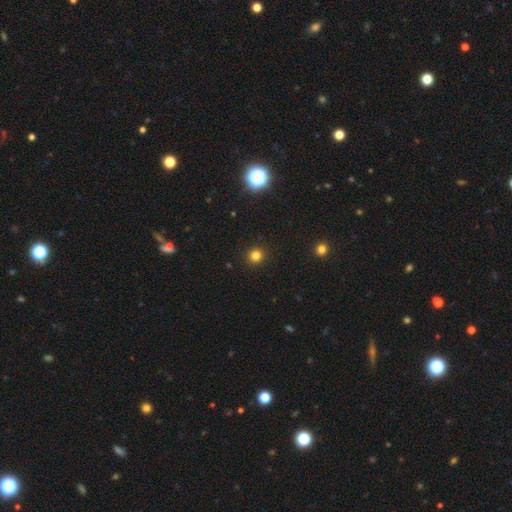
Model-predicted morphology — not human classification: Smooth or featured?
  - smooth: 80% *
  - star or artifact: 16%
  - featured or disk: 4%
How rounded?
  - round: 94% *
  - in between: 5%
  - cigar-shaped: 1%
Merging?
  - none: 93% *
  - minor disturbance: 4%
  - major disturbance: 2%
  - merger: 1%